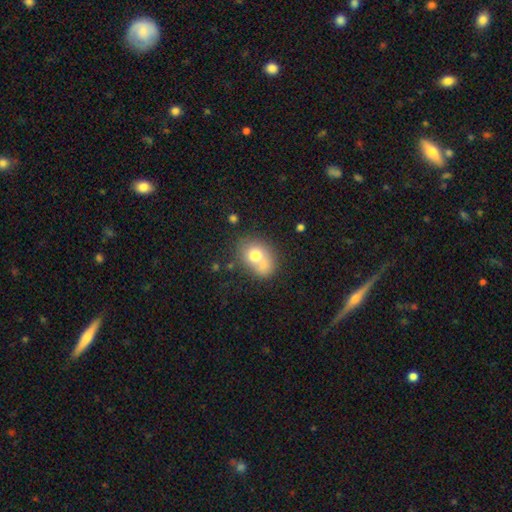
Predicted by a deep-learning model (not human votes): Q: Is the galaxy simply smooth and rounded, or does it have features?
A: smooth — 70%.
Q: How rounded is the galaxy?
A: round — 55%.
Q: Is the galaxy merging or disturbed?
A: merger — 48%.